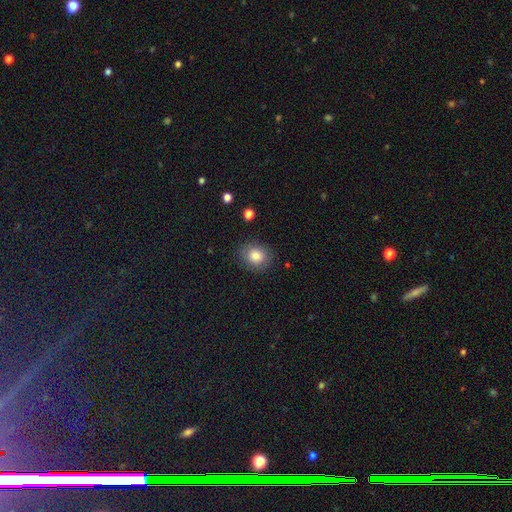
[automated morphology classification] type=smooth (82%); roundness=round (71%); merging=none (85%).